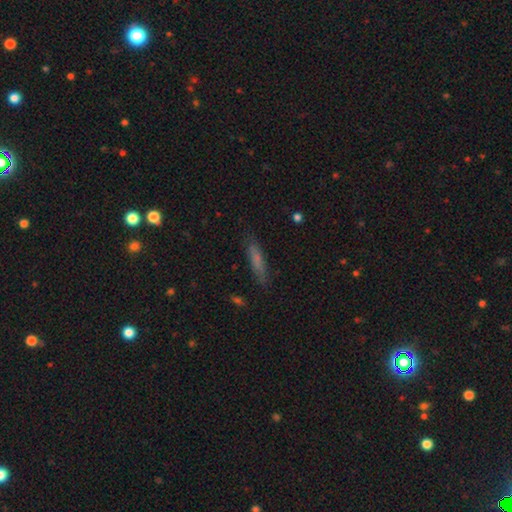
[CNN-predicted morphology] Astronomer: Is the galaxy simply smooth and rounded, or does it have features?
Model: smooth — 62%.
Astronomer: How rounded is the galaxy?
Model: cigar-shaped — 85%.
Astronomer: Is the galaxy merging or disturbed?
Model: none — 84%.